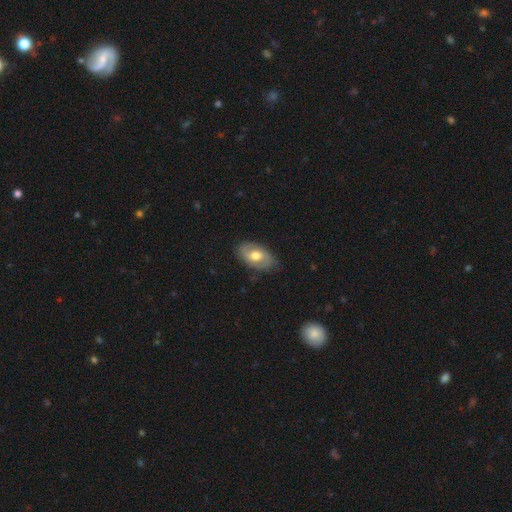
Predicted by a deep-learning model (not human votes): This is possibly a featured or disk galaxy (51%). It is clearly not viewed edge-on (93%). Merging: clearly none (80%).